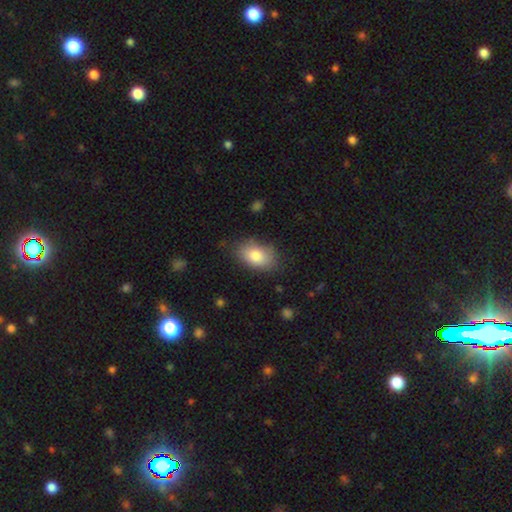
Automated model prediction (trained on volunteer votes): This appears to be a smooth galaxy with no disk features (83%) that is in between round and cigar-shaped (89%). Merging: none (77%).